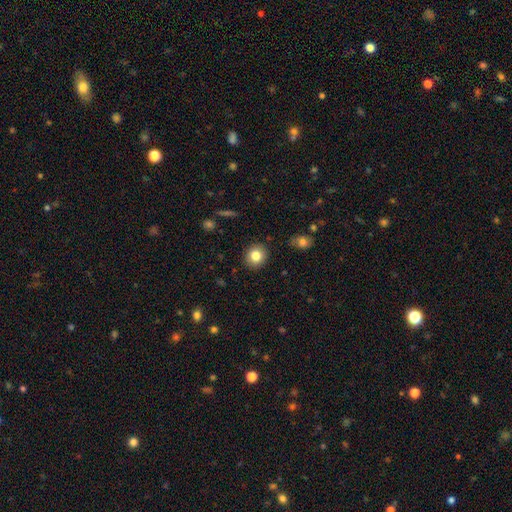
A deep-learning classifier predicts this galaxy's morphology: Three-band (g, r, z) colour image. It shows a smooth galaxy with no disk features (82%) that is round (84%). Merging: none (90%).